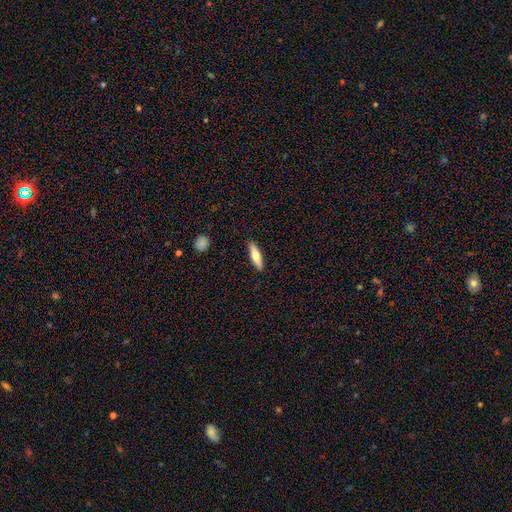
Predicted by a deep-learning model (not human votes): This is likely a smooth galaxy (63%). How rounded: likely cigar-shaped (71%). Merging: clearly none (90%).